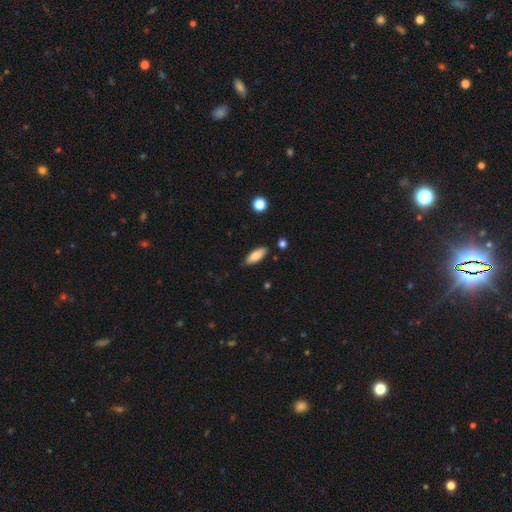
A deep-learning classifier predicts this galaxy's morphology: smooth 79%, featured or disk 14%, star or artifact 7%. Down the decision tree: how rounded — in between (70%); merging — none (84%).